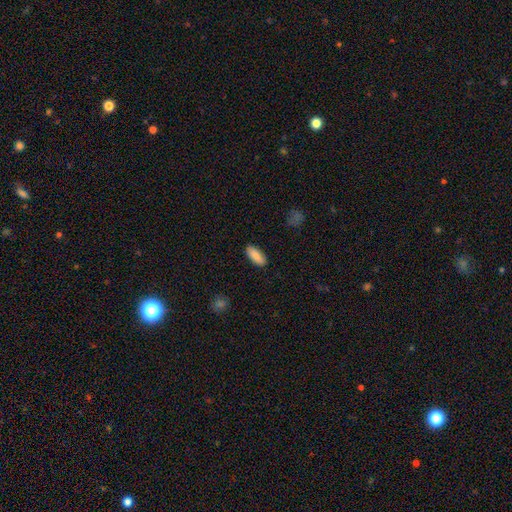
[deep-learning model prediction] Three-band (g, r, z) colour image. It shows a smooth galaxy with no disk features (86%) that is in between round and cigar-shaped (79%). Merging: none (88%).